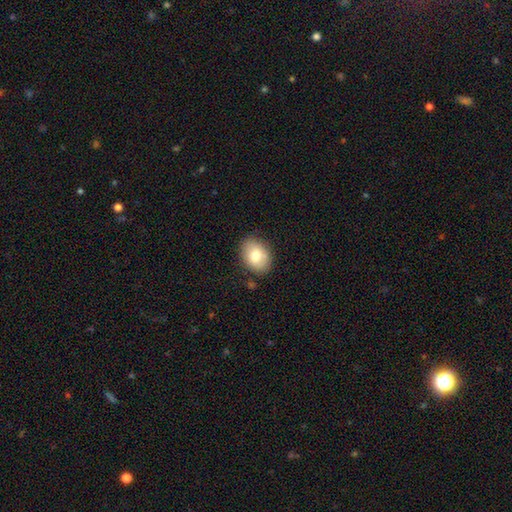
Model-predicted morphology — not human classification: A smooth galaxy with no disk features (77%) that is in between round and cigar-shaped (74%). Merging: none (82%).